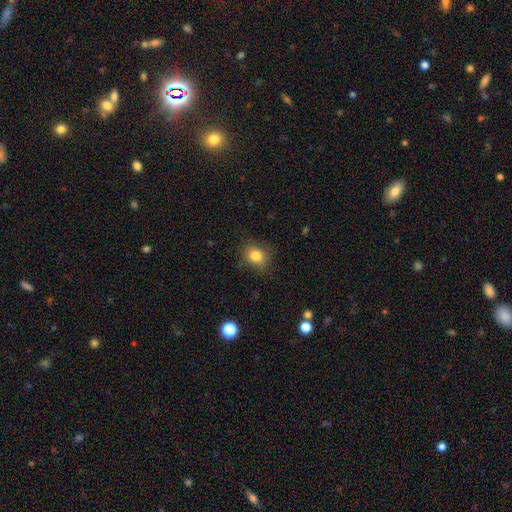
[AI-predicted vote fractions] Morphology: type=smooth (82%); roundness=round (61%); merging=none (79%).